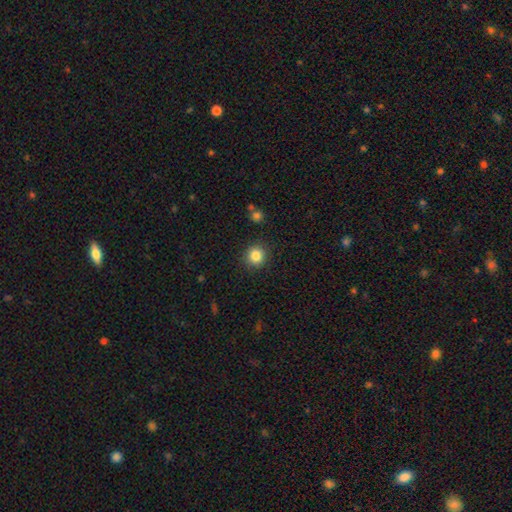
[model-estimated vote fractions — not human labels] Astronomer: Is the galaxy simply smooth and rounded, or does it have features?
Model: smooth — 84%.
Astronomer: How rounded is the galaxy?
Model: round — 91%.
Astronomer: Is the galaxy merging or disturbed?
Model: none — 90%.